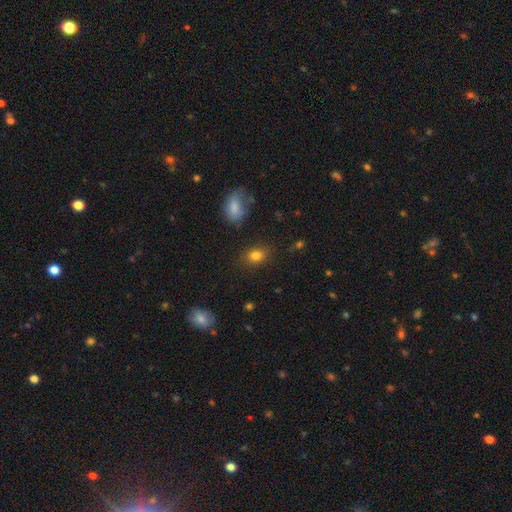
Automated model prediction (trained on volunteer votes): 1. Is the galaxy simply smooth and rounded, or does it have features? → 82% smooth, 11% star or artifact, 7% featured or disk.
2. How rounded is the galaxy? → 65% in between, 33% round, 2% cigar-shaped.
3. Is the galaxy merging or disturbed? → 82% none, 12% minor disturbance, 3% major disturbance, 3% merger.